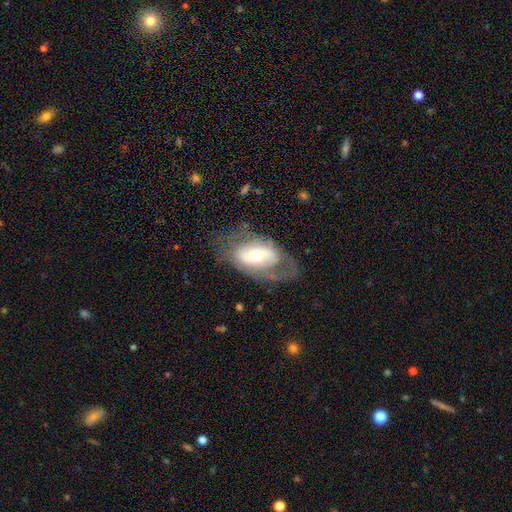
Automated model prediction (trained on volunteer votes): Smooth or featured: featured or disk — 68% (smooth — 25%)
Edge-on disk: no — 92% (yes — 8%)
Bar: weak — 34% (tied with no — 34%)
Spiral arms: yes — 58% (no — 42%)
Bulge size: moderate — 55% (small — 35%)
Merging: none — 59% (minor disturbance — 20%)